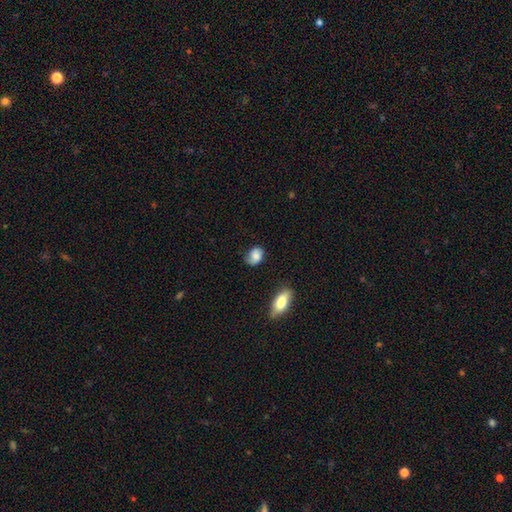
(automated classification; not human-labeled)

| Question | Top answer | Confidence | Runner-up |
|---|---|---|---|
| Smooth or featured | smooth | 71% | featured or disk (21%) |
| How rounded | in between | 69% | round (30%) |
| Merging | none | 64% | minor disturbance (27%) |